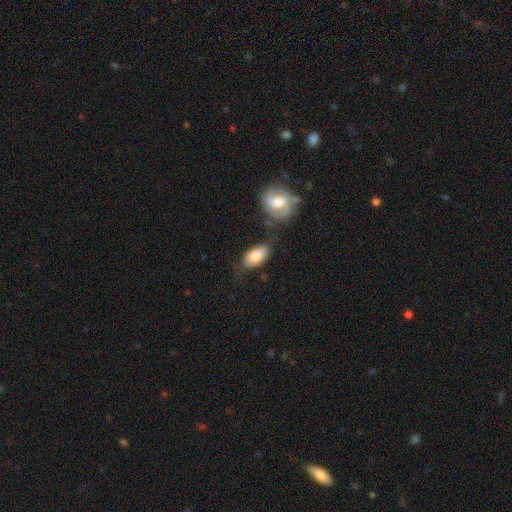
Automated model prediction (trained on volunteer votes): A smooth galaxy with no disk features (81%) that is in between round and cigar-shaped (93%).

Vote fractions:
- Smooth or featured? smooth: 81% / featured or disk: 13% / star or artifact: 6%
- How rounded? in between: 93% / round: 4% / cigar-shaped: 3%
- Merging? none: 59% / minor disturbance: 21% / merger: 12% / major disturbance: 8%